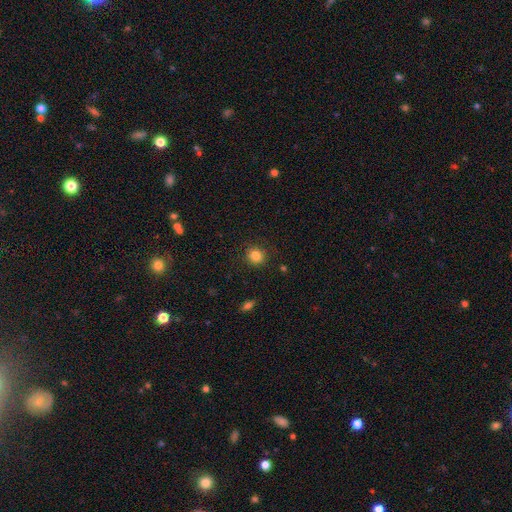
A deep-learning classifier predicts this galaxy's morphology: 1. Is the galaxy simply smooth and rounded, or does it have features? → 84% smooth, 11% star or artifact, 5% featured or disk.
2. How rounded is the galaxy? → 86% round, 13% in between, 1% cigar-shaped.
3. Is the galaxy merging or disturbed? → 88% none, 8% minor disturbance, 3% major disturbance, 1% merger.